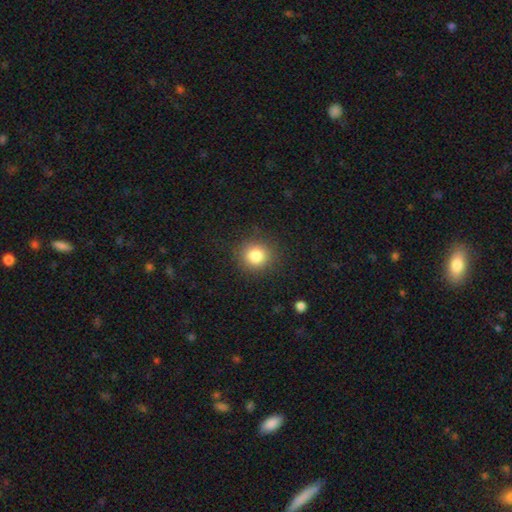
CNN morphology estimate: Smooth or featured: smooth — 83% (star or artifact — 11%)
How rounded: round — 89% (in between — 10%)
Merging: none — 88% (minor disturbance — 8%)